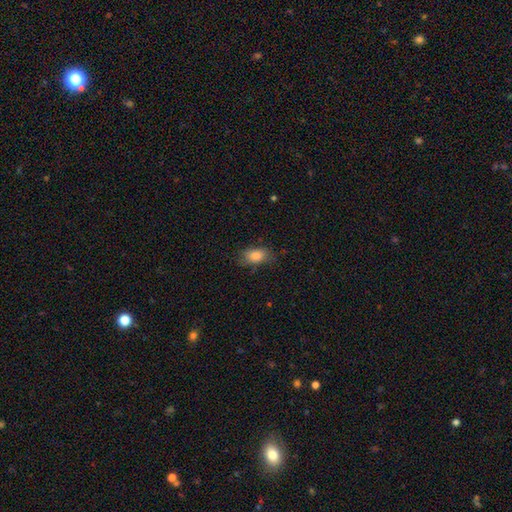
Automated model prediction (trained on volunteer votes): Morphology: type=smooth (83%); roundness=in between (87%); merging=none (71%).